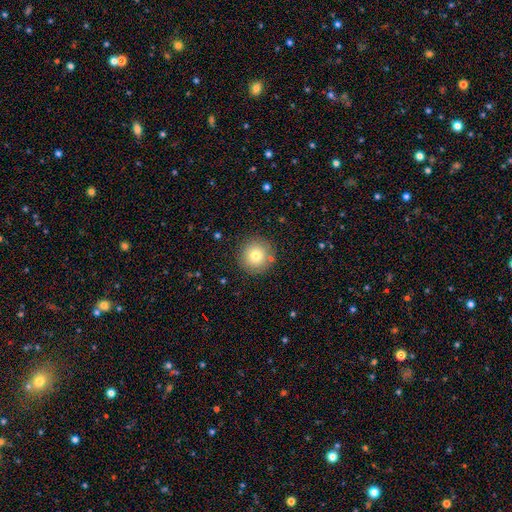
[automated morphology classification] Smooth or featured?
  - smooth: 77% *
  - featured or disk: 12%
  - star or artifact: 11%
How rounded?
  - round: 96% *
  - in between: 3%
  - cigar-shaped: 1%
Merging?
  - none: 87% *
  - minor disturbance: 8%
  - merger: 3%
  - major disturbance: 2%